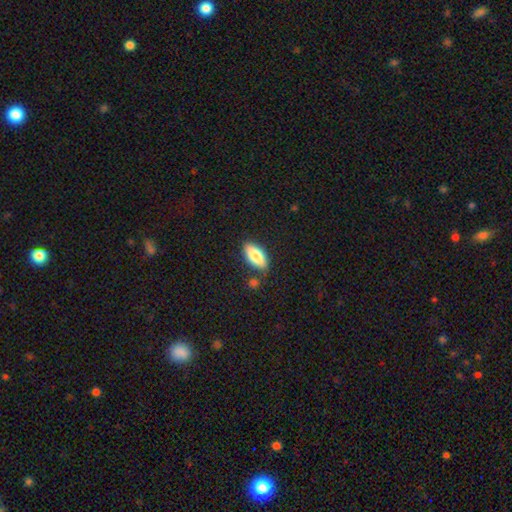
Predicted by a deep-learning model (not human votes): This appears to be a smooth galaxy with no disk features (82%) that is in between round and cigar-shaped (88%). Merging: none (81%).